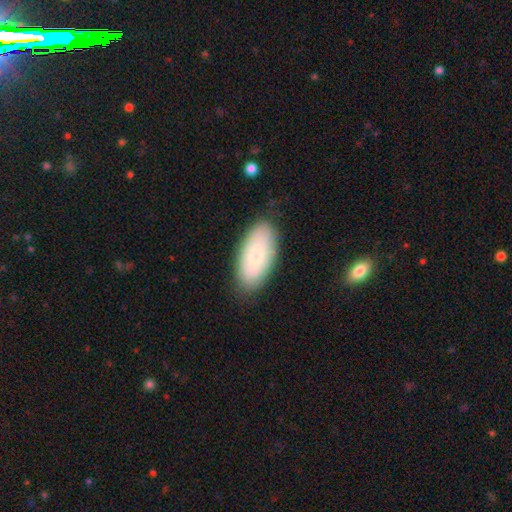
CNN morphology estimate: Smooth or featured?
  - smooth: 67% *
  - featured or disk: 26%
  - star or artifact: 6%
How rounded?
  - in between: 93% *
  - cigar-shaped: 4%
  - round: 2%
Merging?
  - none: 82% *
  - minor disturbance: 14%
  - major disturbance: 3%
  - merger: 1%